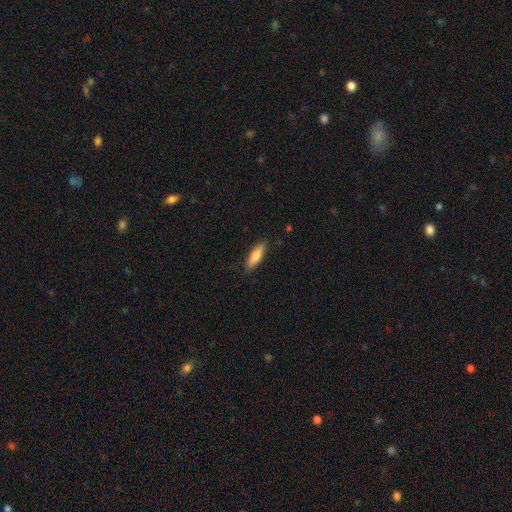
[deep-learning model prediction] Morphology: type=smooth (80%); roundness=cigar-shaped (56%); merging=none (86%).